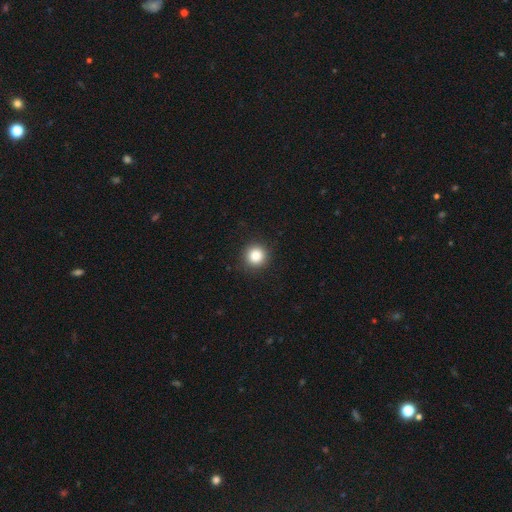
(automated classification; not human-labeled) Smooth or featured: smooth — 86% (star or artifact — 10%)
How rounded: round — 94% (in between — 5%)
Merging: none — 91% (minor disturbance — 6%)